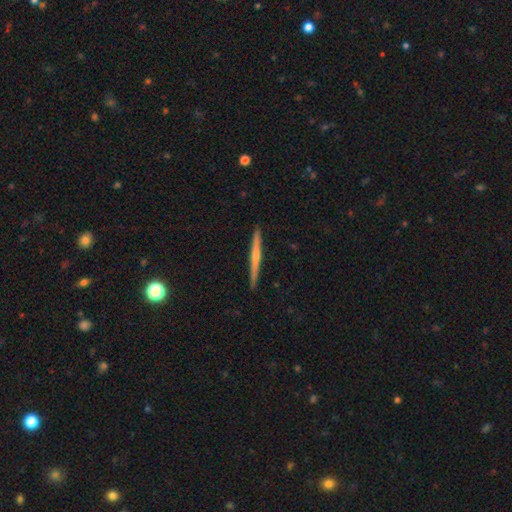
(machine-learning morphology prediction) Q: Smooth or featured?
A: featured or disk (54%); runner-up: smooth (40%)
Q: Edge-on disk?
A: yes (98%); runner-up: no (2%)
Q: Edge-on bulge?
A: none (48%); runner-up: rounded (44%)
Q: Merging?
A: none (91%); runner-up: minor disturbance (6%)